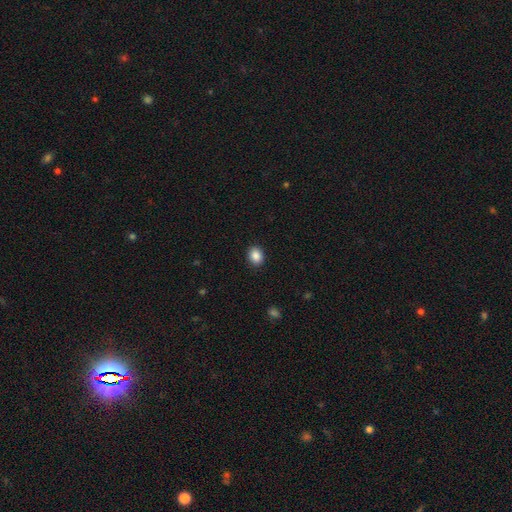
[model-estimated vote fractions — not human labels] smooth-or-featured: smooth: 88% | star or artifact: 9% | featured or disk: 4%
  how-rounded: round: 52% | in between: 47% | cigar-shaped: 1%
  merging: none: 90% | minor disturbance: 7% | major disturbance: 2% | merger: 1%